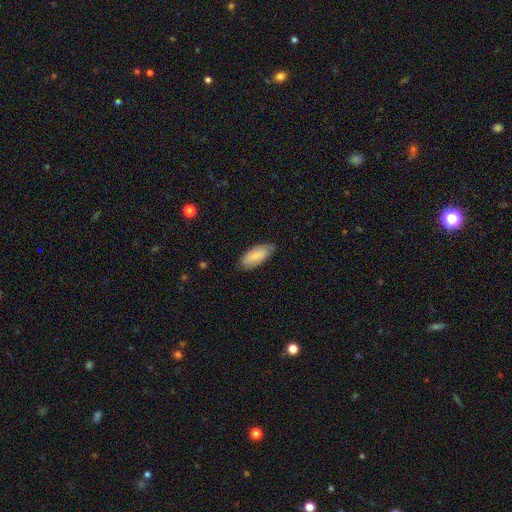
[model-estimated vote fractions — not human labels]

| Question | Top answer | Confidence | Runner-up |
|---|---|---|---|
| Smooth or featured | smooth | 85% | featured or disk (9%) |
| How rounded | in between | 85% | cigar-shaped (13%) |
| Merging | none | 83% | minor disturbance (14%) |